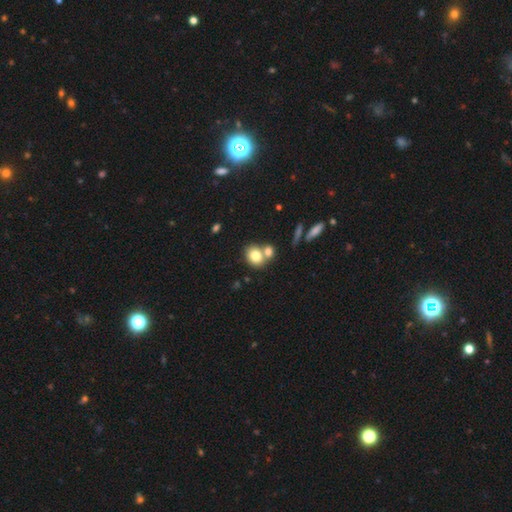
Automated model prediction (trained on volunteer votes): A smooth galaxy with no disk features (77%) that is round (59%).

Vote fractions:
- Smooth or featured? smooth: 77% / featured or disk: 13% / star or artifact: 10%
- How rounded? round: 59% / in between: 39% / cigar-shaped: 1%
- Merging? none: 47% / merger: 41% / minor disturbance: 9% / major disturbance: 3%